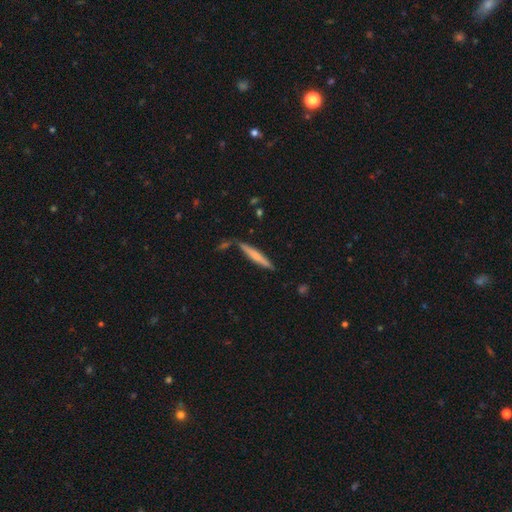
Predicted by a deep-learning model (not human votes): smooth 60%, featured or disk 34%, star or artifact 6%. Down the decision tree: how rounded — cigar-shaped (94%); merging — none (78%).